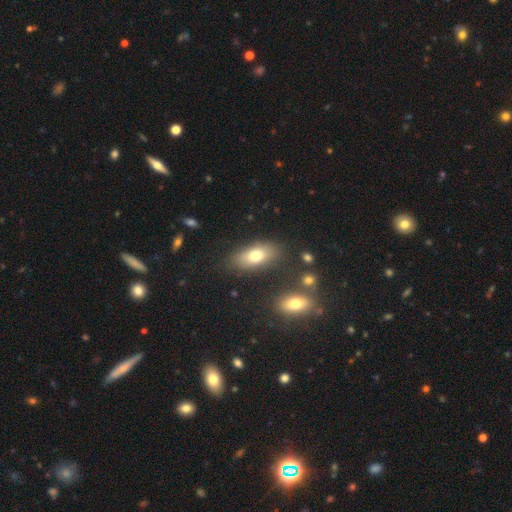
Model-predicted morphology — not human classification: smooth 74%, featured or disk 17%, star or artifact 9%. Down the decision tree: how rounded — in between (85%); merging — none (79%).